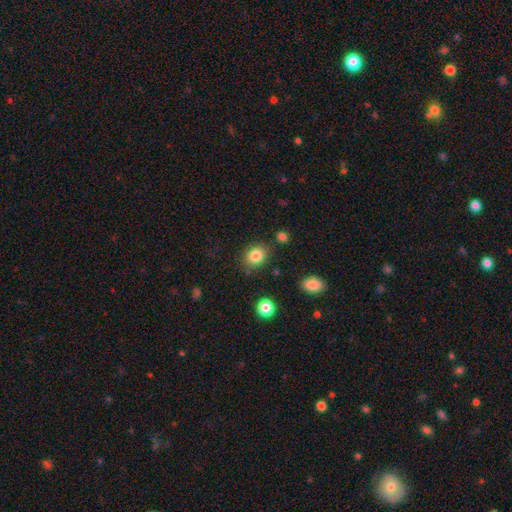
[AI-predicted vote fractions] Smooth or featured? smooth (84%)
How rounded? round (52%)
Merging? none (80%)